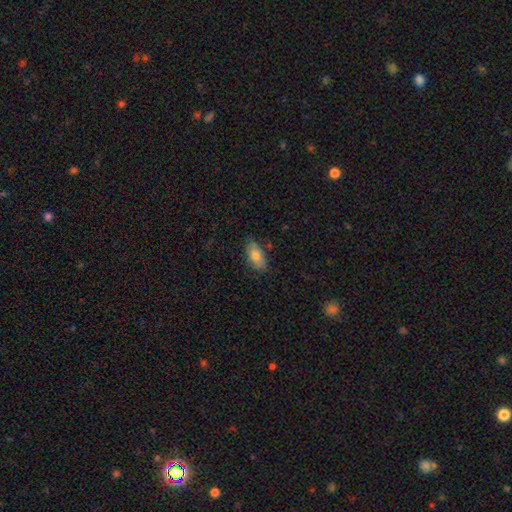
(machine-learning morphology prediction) type=smooth (76%); roundness=in between (89%); merging=none (81%).